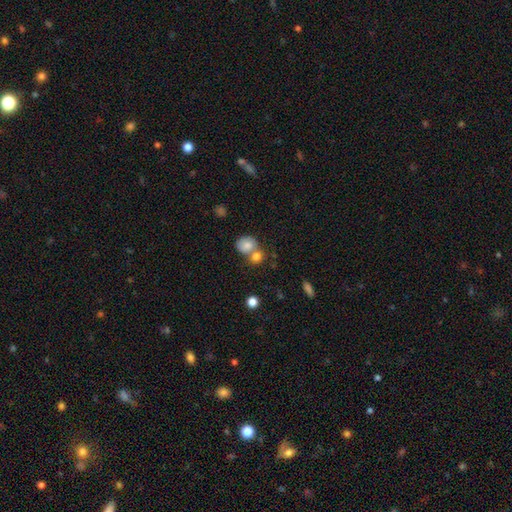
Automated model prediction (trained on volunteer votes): A smooth galaxy with no disk features (76%) that is round (73%). Merging: merger (44%).